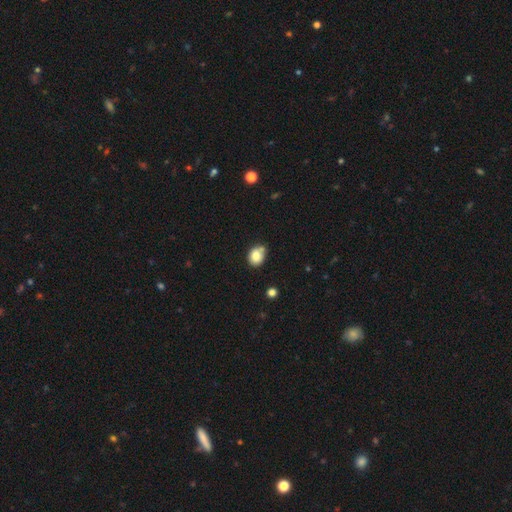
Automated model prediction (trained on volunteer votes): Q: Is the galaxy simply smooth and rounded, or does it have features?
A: smooth — 82%.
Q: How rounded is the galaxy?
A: round — 55%.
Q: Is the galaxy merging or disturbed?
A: none — 57%.